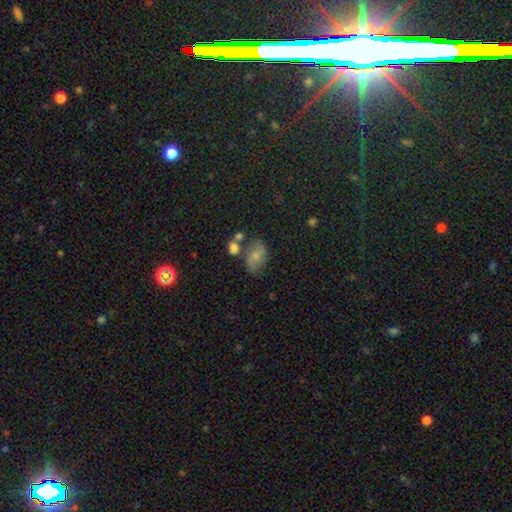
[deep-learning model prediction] This is possibly a smooth galaxy (48%). Merging: possibly none (56%).